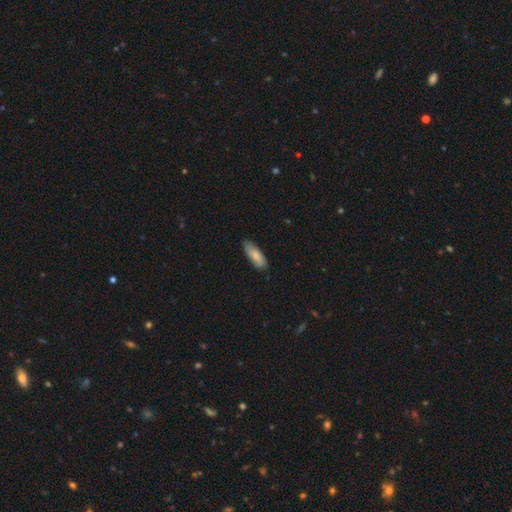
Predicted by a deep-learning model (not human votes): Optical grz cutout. It shows a smooth galaxy with no disk features (81%) that is in between round and cigar-shaped (63%). Merging: none (77%).